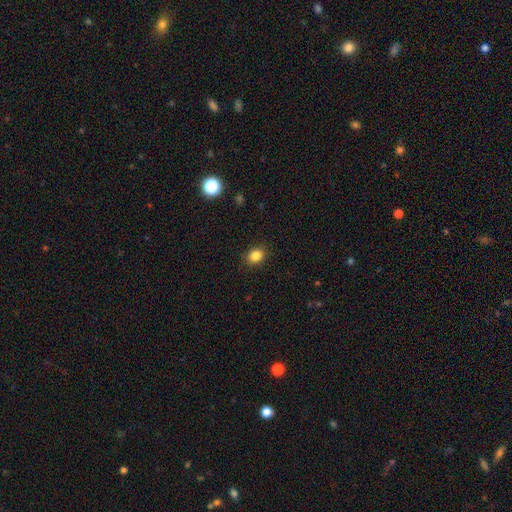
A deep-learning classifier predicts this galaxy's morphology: type=smooth (85%); roundness=round (53%); merging=none (89%).